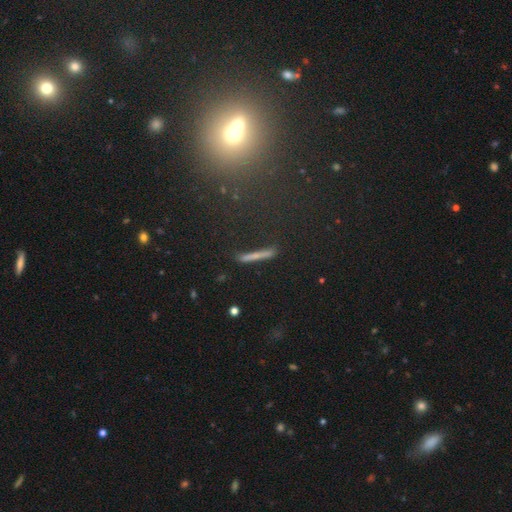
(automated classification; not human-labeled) Smooth or featured?
  - smooth: 58% *
  - featured or disk: 24%
  - star or artifact: 18%
How rounded?
  - cigar-shaped: 89% *
  - in between: 6%
  - round: 5%
Merging?
  - none: 78% *
  - minor disturbance: 13%
  - major disturbance: 5%
  - merger: 4%